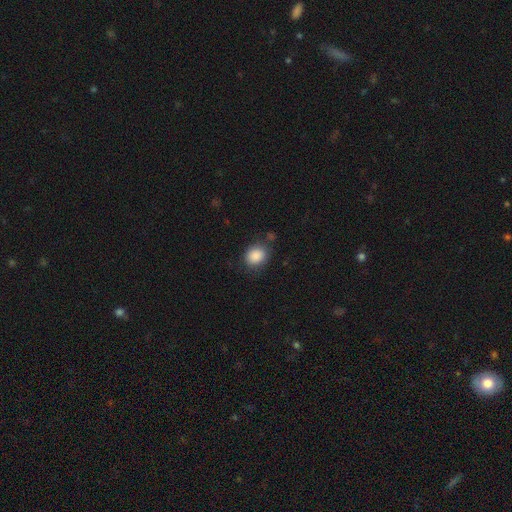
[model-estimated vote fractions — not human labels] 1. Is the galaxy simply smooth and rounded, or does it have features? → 88% smooth, 8% star or artifact, 4% featured or disk.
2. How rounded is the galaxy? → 60% round, 39% in between, 1% cigar-shaped.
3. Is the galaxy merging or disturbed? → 78% none, 15% minor disturbance, 4% major disturbance, 3% merger.